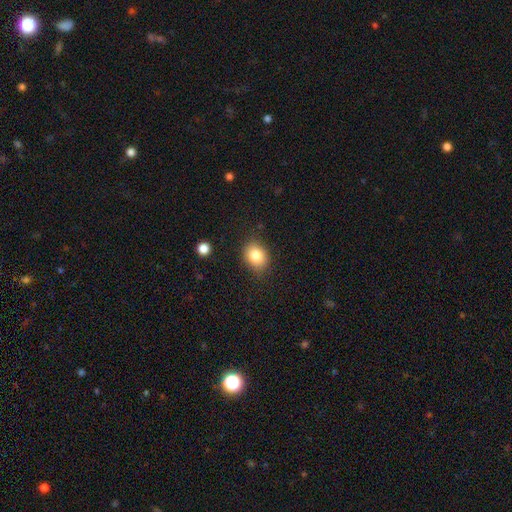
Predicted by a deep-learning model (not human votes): Smooth or featured: smooth — 83% (star or artifact — 10%)
How rounded: in between — 53% (round — 47%)
Merging: none — 83% (minor disturbance — 13%)